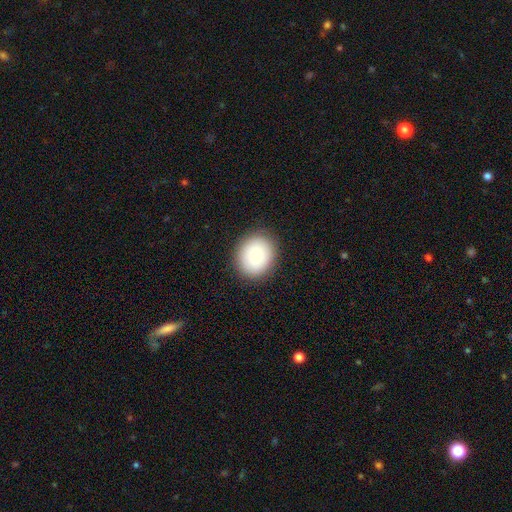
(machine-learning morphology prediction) type=smooth (82%); roundness=round (74%); merging=none (89%).